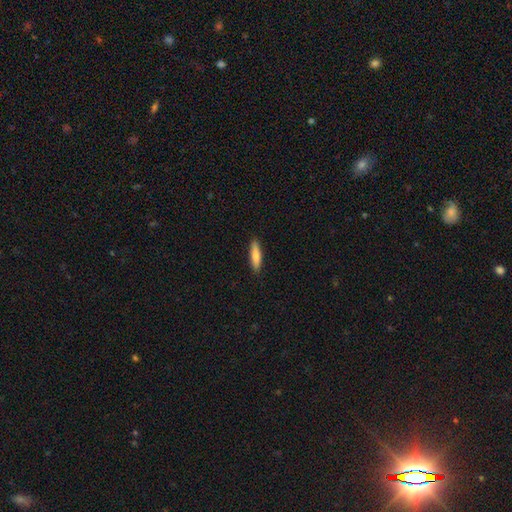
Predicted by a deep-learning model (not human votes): smooth 79%, featured or disk 16%, star or artifact 6%. Down the decision tree: how rounded — cigar-shaped (76%); merging — none (89%).